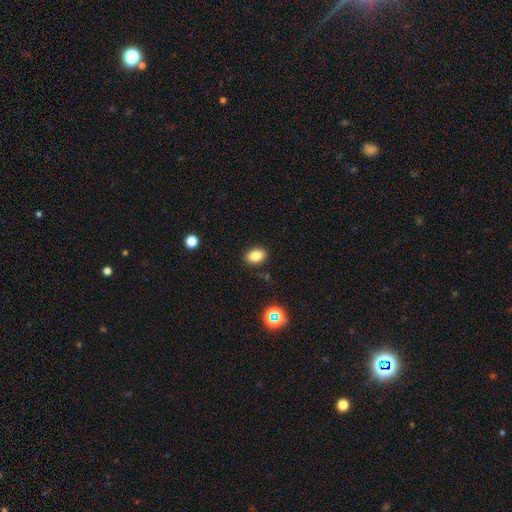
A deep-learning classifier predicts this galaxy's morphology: A smooth galaxy with no disk features (83%) that is in between round and cigar-shaped (81%). Merging: none (88%).